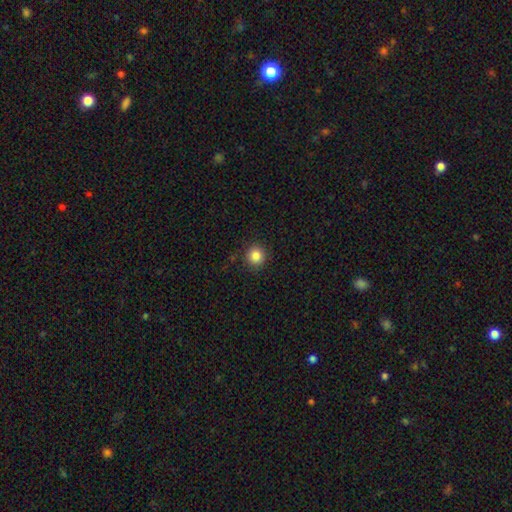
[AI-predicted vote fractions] This is clearly a smooth galaxy (85%). How rounded: clearly round (93%). Merging: clearly none (90%).